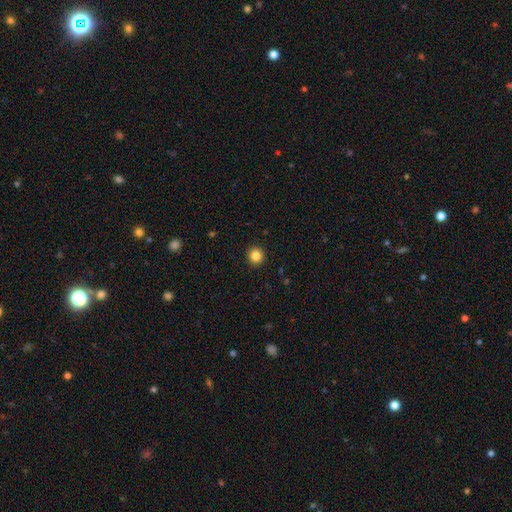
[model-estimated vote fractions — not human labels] smooth_or_featured: smooth (p=0.84) [alt: star or artifact p=0.11]
how_rounded: round (p=0.94) [alt: in between p=0.05]
merging: none (p=0.93) [alt: minor disturbance p=0.04]